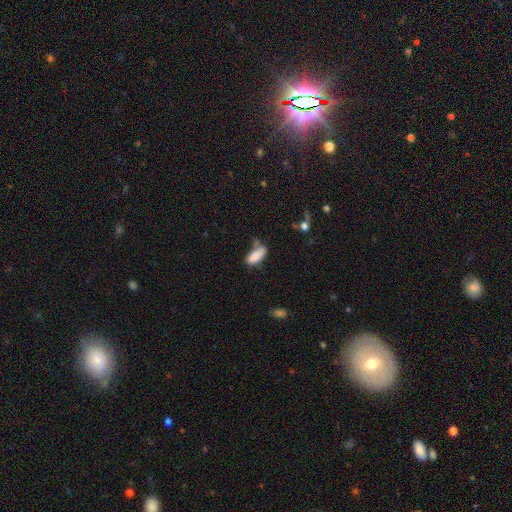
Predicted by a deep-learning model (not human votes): Smooth or featured? Predicted: smooth (p=0.85). How rounded? Predicted: in between (p=0.83). Merging? Predicted: none (p=0.46).